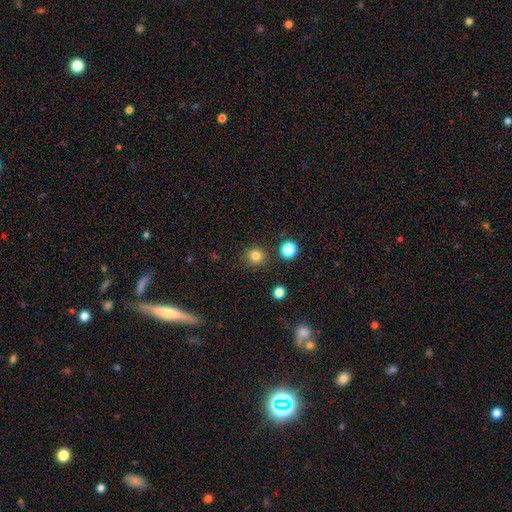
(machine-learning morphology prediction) A smooth galaxy with no disk features (81%) that is round (92%). Merging: none (88%).